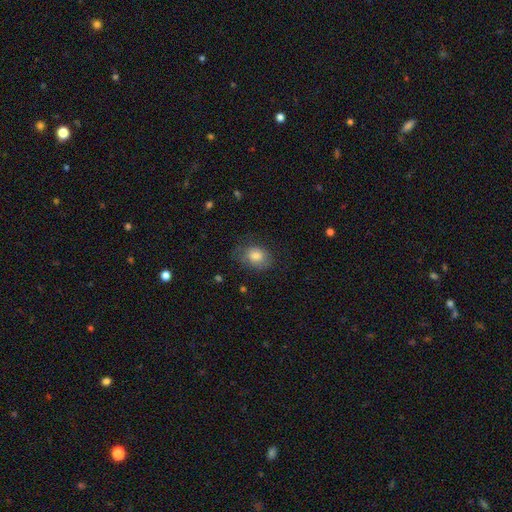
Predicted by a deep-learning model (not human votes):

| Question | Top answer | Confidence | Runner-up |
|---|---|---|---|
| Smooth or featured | smooth | 78% | featured or disk (12%) |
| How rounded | in between | 58% | round (41%) |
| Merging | none | 66% | minor disturbance (23%) |